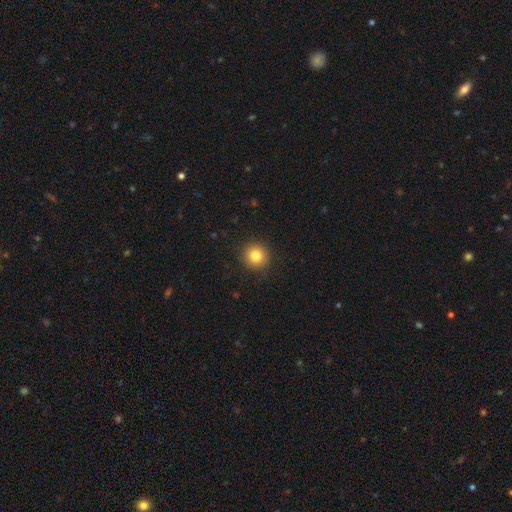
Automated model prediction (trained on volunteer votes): Q: Smooth or featured?
A: smooth (83%); runner-up: star or artifact (11%)
Q: How rounded?
A: round (93%); runner-up: in between (6%)
Q: Merging?
A: none (91%); runner-up: minor disturbance (6%)